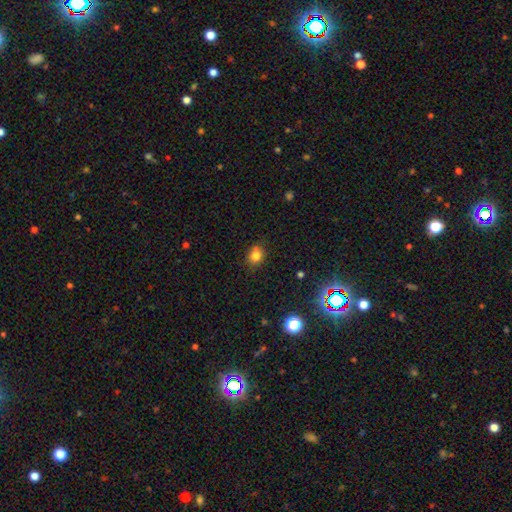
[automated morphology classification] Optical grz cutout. It shows a smooth galaxy with no disk features (78%) that is round (63%). Merging: none (72%).